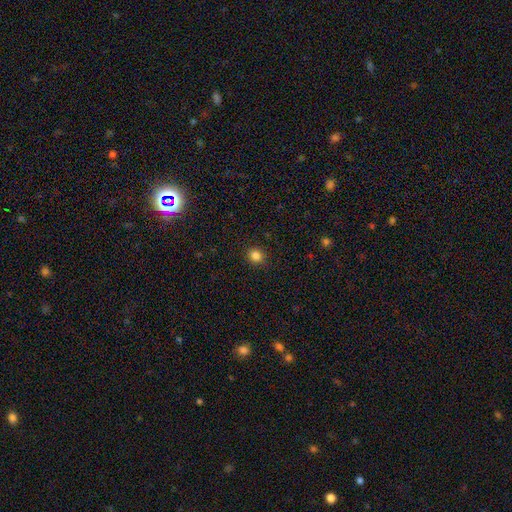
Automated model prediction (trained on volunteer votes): smooth 84%, star or artifact 12%, featured or disk 4%. Down the decision tree: how rounded — round (87%); merging — none (91%).